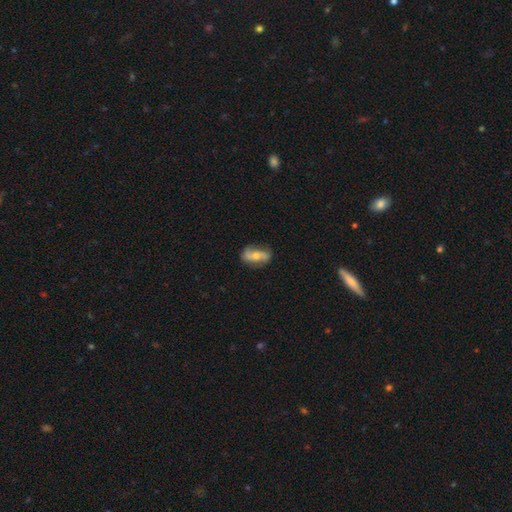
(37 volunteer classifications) featured or disk 54%, smooth 41%, star or artifact 5%. Down the decision tree: edge-on disk — no (80%); bar — no (50%); spiral arms — yes (75%); spiral arm count — 2 (100%); spiral winding — loose (67%); bulge size — moderate (56%); merging — none (74%).